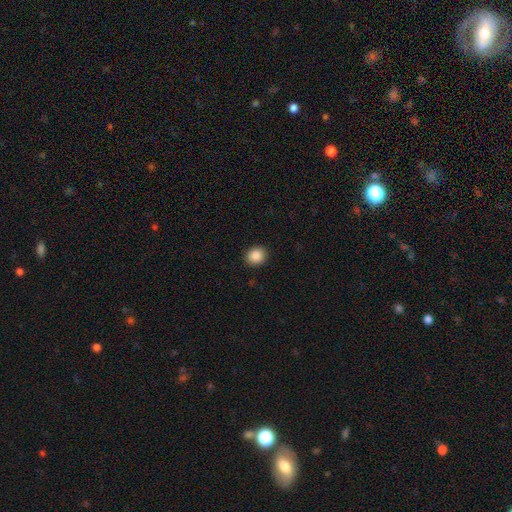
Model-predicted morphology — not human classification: A smooth galaxy with no disk features (88%) that is round (77%). Merging: none (91%).